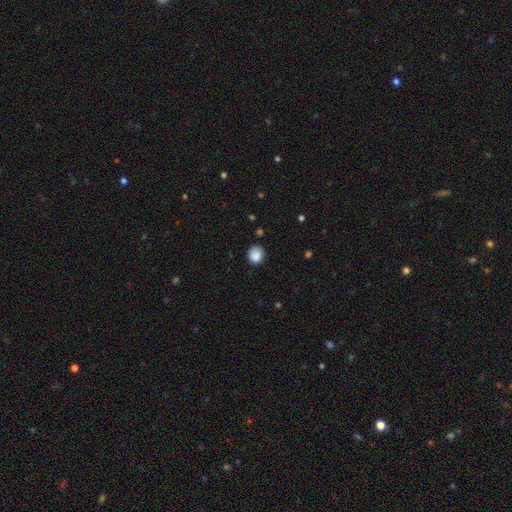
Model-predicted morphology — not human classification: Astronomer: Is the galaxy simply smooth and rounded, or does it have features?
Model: smooth — 85%.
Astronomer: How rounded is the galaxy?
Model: round — 66%.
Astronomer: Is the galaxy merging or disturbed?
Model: none — 70%.